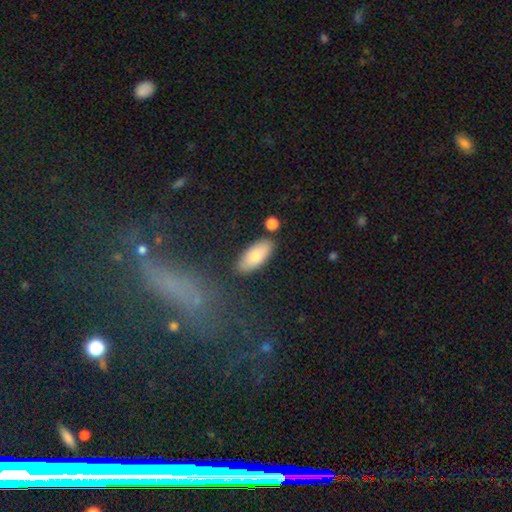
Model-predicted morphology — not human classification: Smooth or featured? smooth (79%)
How rounded? in between (84%)
Merging? none (82%)